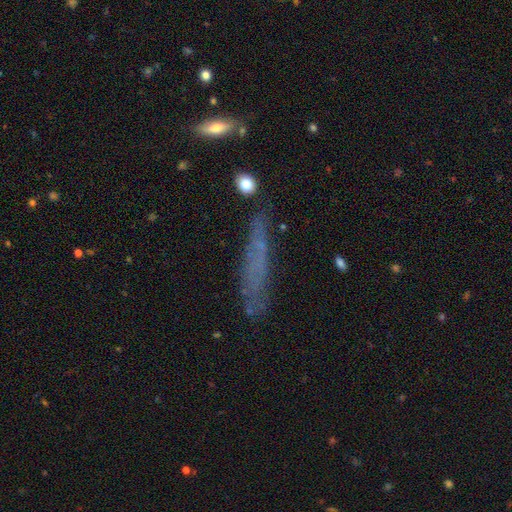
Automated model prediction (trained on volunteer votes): A smooth galaxy with no disk features (51%) that is cigar-shaped (89%).

Vote fractions:
- Smooth or featured? smooth: 51% / featured or disk: 37% / star or artifact: 12%
- How rounded? cigar-shaped: 89% / in between: 9% / round: 2%
- Merging? none: 65% / minor disturbance: 23% / major disturbance: 9% / merger: 4%